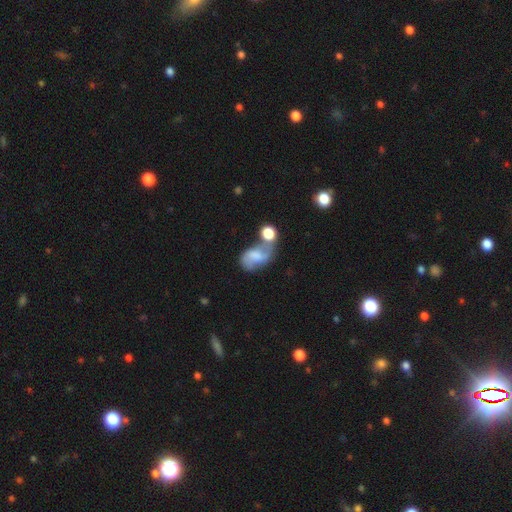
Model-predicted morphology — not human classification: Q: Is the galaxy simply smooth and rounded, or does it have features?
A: featured or disk — 52%.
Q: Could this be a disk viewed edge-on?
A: no — 97%.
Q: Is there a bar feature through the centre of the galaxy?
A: no — 47%.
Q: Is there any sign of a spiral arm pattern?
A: yes — 79%.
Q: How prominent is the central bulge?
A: none — 34%.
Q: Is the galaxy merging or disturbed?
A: merger — 39%.